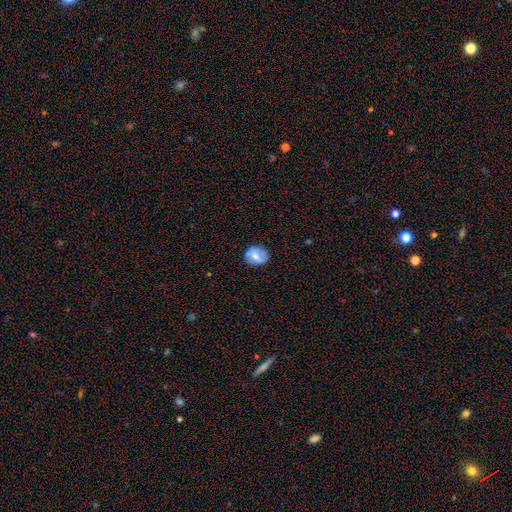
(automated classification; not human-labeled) Smooth or featured: smooth — 52% (featured or disk — 40%)
How rounded: round — 60% (in between — 38%)
Merging: none — 78% (minor disturbance — 16%)